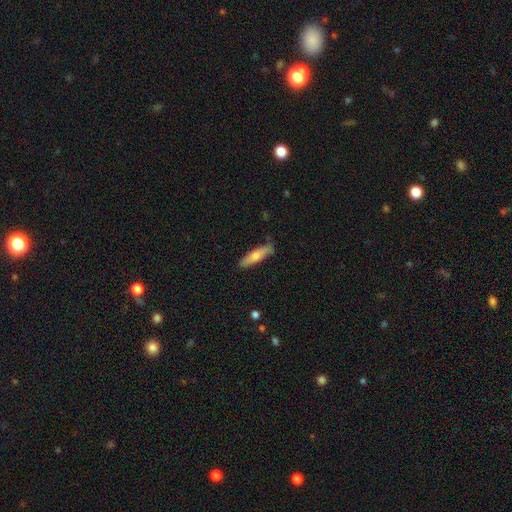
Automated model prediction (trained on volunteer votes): smooth 70%, featured or disk 24%, star or artifact 6%. Down the decision tree: how rounded — cigar-shaped (72%); merging — none (82%).